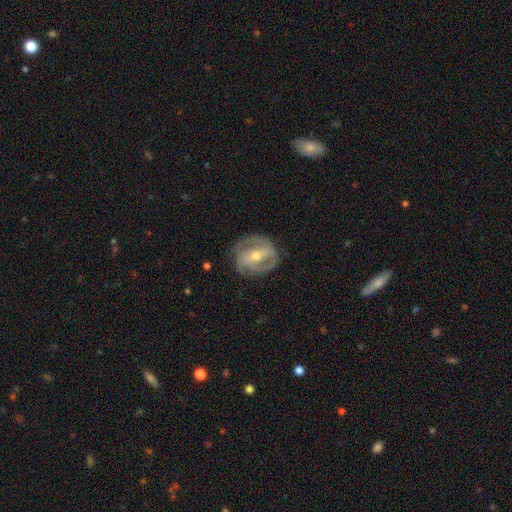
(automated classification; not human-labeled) featured or disk 80%, smooth 14%, star or artifact 6%. Down the decision tree: edge-on disk — no (95%); bar — strong (44%); spiral arms — yes (81%); spiral arm count — 2 (52%); spiral winding — tight (45%); bulge size — moderate (56%); merging — none (72%).